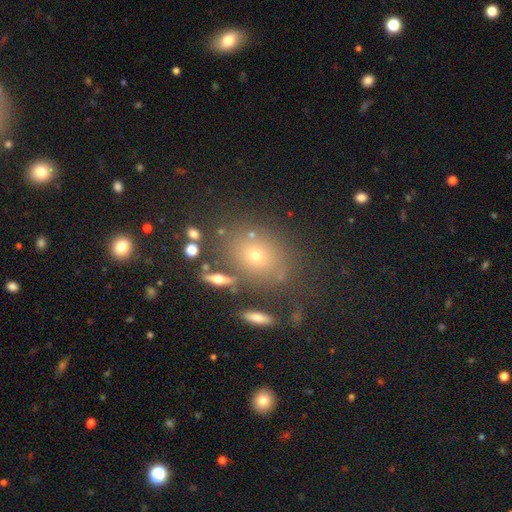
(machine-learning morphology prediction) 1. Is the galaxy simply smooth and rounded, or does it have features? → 64% smooth, 19% star or artifact, 18% featured or disk.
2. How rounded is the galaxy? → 50% round, 48% in between, 2% cigar-shaped.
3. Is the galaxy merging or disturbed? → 74% none, 13% minor disturbance, 7% merger, 6% major disturbance.